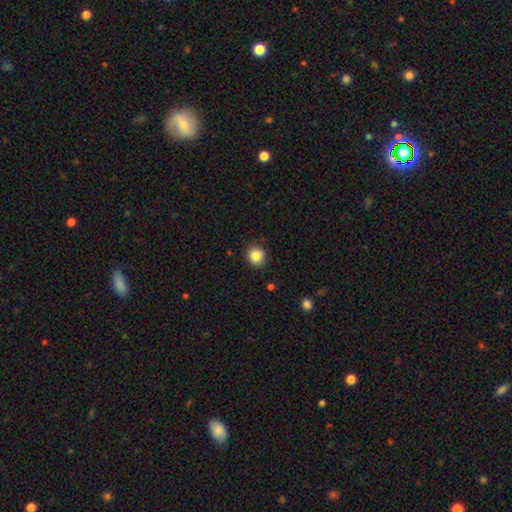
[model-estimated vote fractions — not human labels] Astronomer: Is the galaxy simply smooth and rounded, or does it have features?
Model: smooth — 85%.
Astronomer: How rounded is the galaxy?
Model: round — 90%.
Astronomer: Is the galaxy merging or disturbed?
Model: none — 89%.